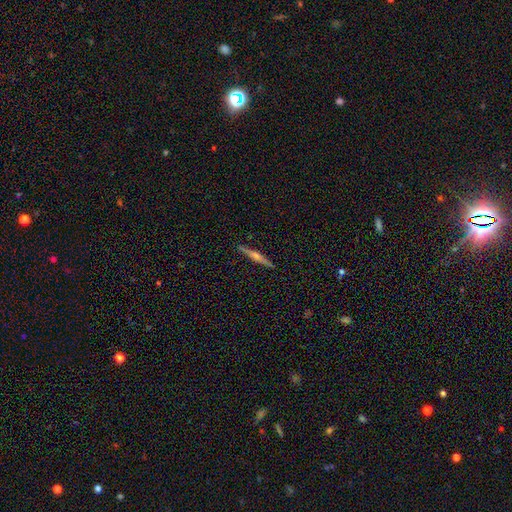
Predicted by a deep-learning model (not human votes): Smooth or featured: featured or disk — 72% (smooth — 22%)
Edge-on disk: yes — 98% (no — 2%)
Edge-on bulge: rounded — 85% (none — 8%)
Merging: none — 92% (minor disturbance — 6%)